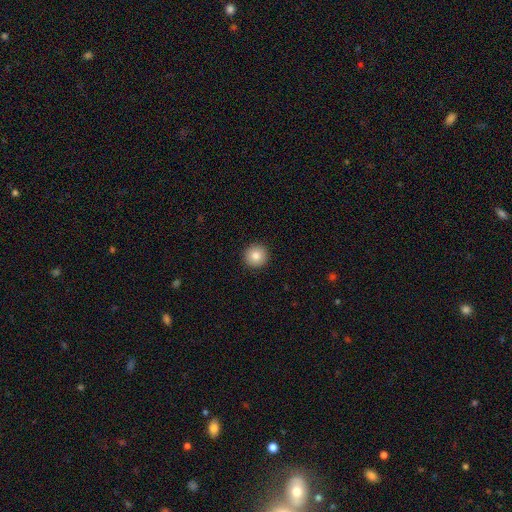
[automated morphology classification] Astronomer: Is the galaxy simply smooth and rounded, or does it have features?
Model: smooth — 84%.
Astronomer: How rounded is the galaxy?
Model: round — 96%.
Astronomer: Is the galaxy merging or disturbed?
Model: none — 93%.